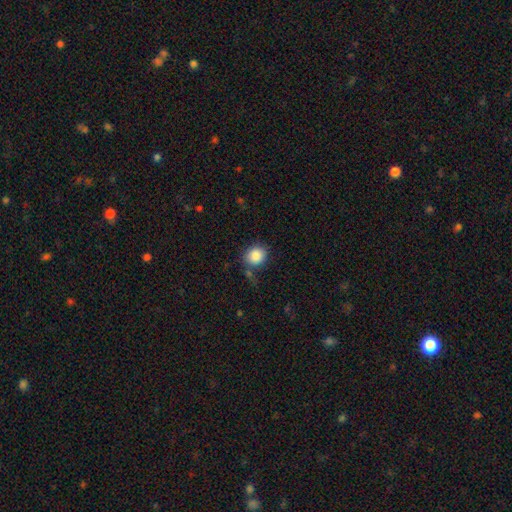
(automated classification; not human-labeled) smooth-or-featured: smooth: 87% | star or artifact: 9% | featured or disk: 4%
  how-rounded: round: 77% | in between: 22% | cigar-shaped: 1%
  merging: none: 74% | minor disturbance: 15% | merger: 6% | major disturbance: 5%